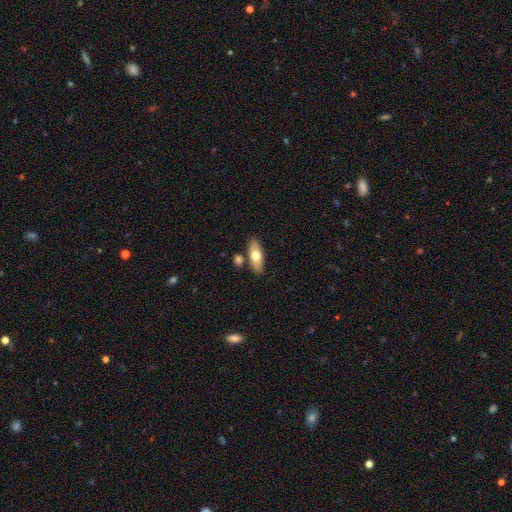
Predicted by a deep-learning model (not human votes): smooth-or-featured: smooth: 64% | featured or disk: 30% | star or artifact: 6%
  how-rounded: in between: 73% | cigar-shaped: 24% | round: 4%
  merging: none: 80% | minor disturbance: 9% | merger: 8% | major disturbance: 2%